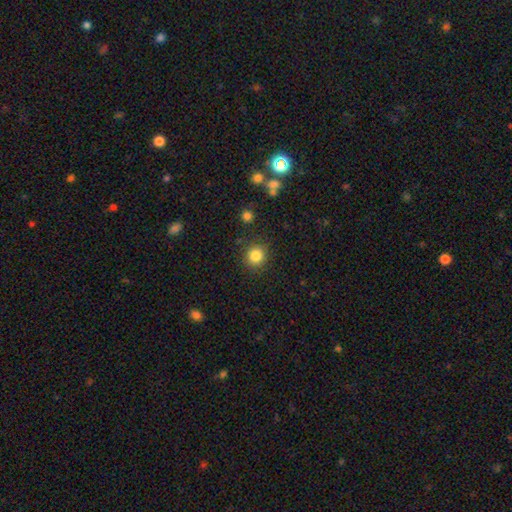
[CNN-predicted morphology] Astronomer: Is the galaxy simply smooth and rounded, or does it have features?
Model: smooth — 83%.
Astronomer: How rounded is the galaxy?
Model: round — 91%.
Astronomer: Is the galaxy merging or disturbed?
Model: none — 87%.